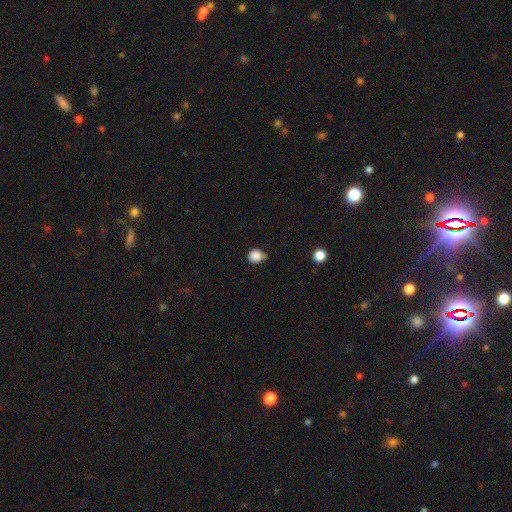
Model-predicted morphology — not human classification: The model was most divided on "merging": none: 65%, minor disturbance: 27%, major disturbance: 5%, merger: 2%. More confident: smooth or featured — smooth (86%); how rounded — round (80%).